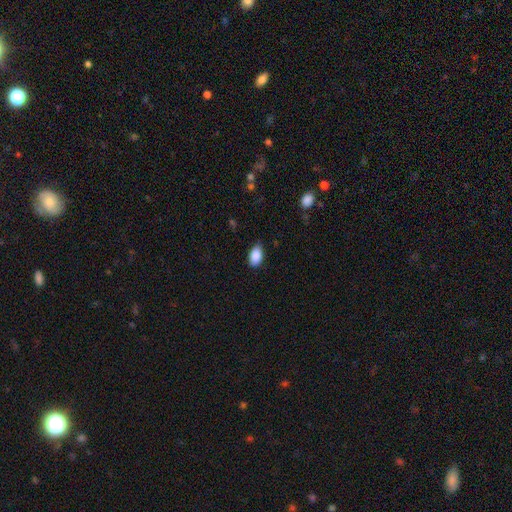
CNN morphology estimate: Smooth or featured? smooth (89%)
How rounded? in between (92%)
Merging? none (80%)